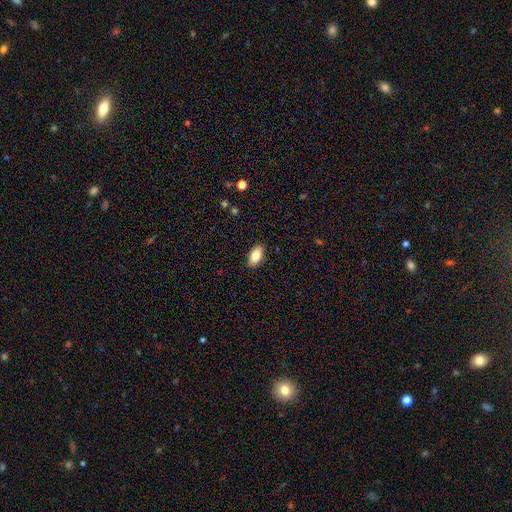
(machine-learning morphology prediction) This is clearly a smooth galaxy (82%). How rounded: clearly in between (93%). Merging: clearly none (89%).